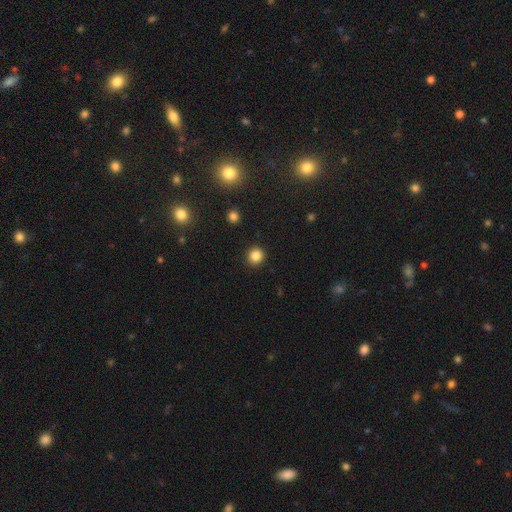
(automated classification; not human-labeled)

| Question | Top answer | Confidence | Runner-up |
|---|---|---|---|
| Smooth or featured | smooth | 84% | star or artifact (12%) |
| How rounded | round | 92% | in between (7%) |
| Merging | none | 92% | minor disturbance (5%) |